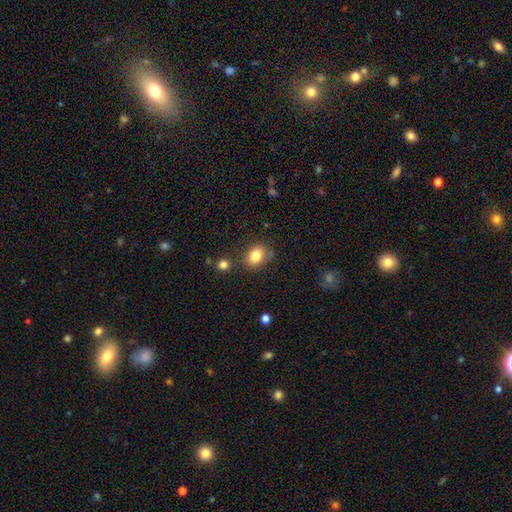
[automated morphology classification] Q: Smooth or featured?
A: smooth (83%); runner-up: star or artifact (9%)
Q: How rounded?
A: in between (64%); runner-up: round (35%)
Q: Merging?
A: none (73%); runner-up: minor disturbance (17%)